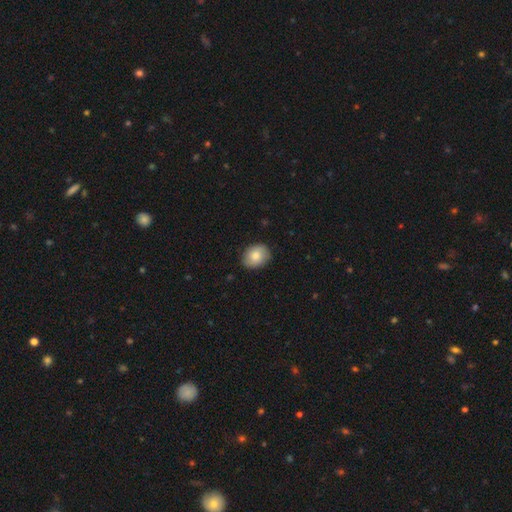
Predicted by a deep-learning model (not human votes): smooth 80%, featured or disk 13%, star or artifact 7%. Down the decision tree: how rounded — in between (55%); merging — none (86%).